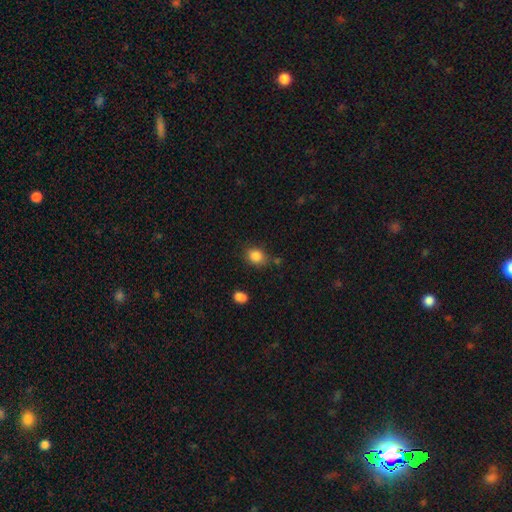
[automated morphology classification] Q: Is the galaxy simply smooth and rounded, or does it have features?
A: smooth — 86%.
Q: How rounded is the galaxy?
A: round — 54%.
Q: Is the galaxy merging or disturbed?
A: none — 75%.